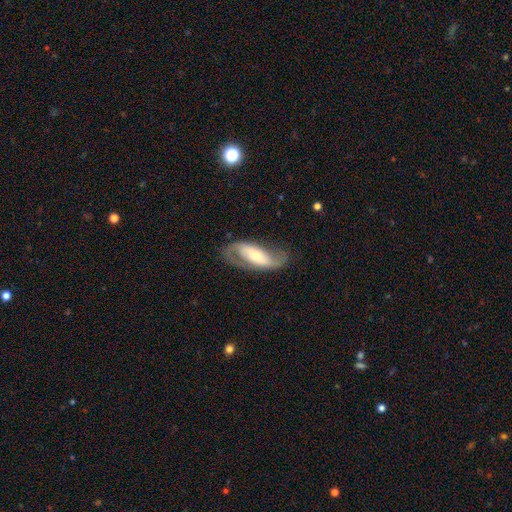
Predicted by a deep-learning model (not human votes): Q: Smooth or featured?
A: featured or disk (80%); runner-up: smooth (15%)
Q: Edge-on disk?
A: no (93%); runner-up: yes (7%)
Q: Bar?
A: no (38%); runner-up: strong (33%)
Q: Spiral arms?
A: yes (90%); runner-up: no (10%)
Q: Spiral winding?
A: loose (47%); runner-up: medium (38%)
Q: Spiral arm count?
A: 2 (88%); runner-up: can't tell (5%)
Q: Bulge size?
A: small (49%); runner-up: moderate (43%)
Q: Merging?
A: none (75%); runner-up: minor disturbance (15%)